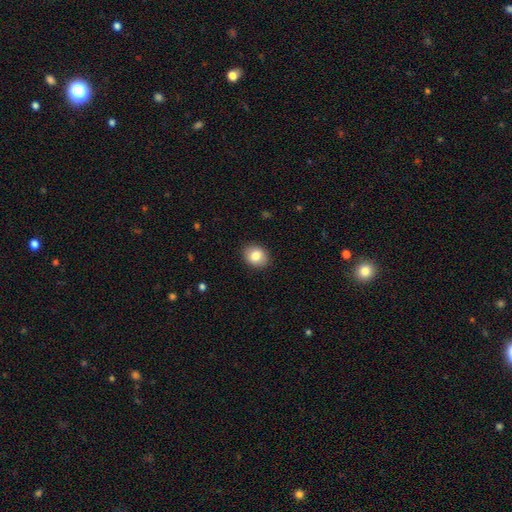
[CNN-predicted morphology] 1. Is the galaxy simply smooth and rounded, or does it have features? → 83% smooth, 9% featured or disk, 8% star or artifact.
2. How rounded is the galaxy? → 51% round, 48% in between, 1% cigar-shaped.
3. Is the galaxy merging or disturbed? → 89% none, 8% minor disturbance, 2% major disturbance, 1% merger.